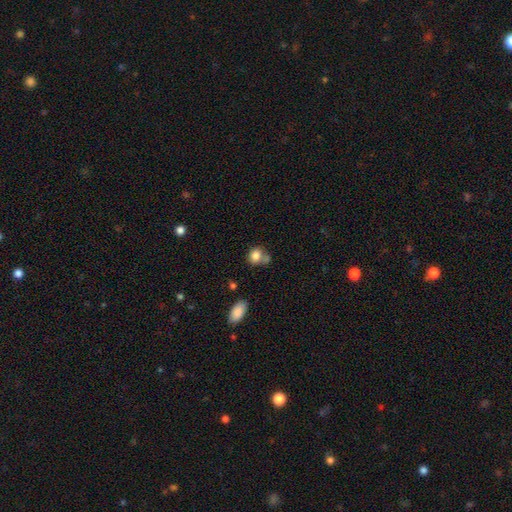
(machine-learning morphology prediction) A smooth galaxy with no disk features (82%) that is round (57%).

Vote fractions:
- Smooth or featured? smooth: 82% / star or artifact: 10% / featured or disk: 8%
- How rounded? round: 57% / in between: 42% / cigar-shaped: 1%
- Merging? none: 49% / merger: 27% / minor disturbance: 18% / major disturbance: 6%